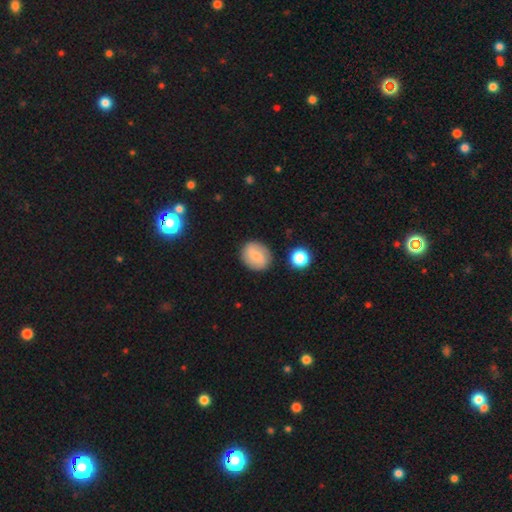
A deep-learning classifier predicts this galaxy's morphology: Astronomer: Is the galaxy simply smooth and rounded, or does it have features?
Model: smooth — 59%.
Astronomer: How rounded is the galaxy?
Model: round — 72%.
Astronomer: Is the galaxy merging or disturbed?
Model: none — 84%.